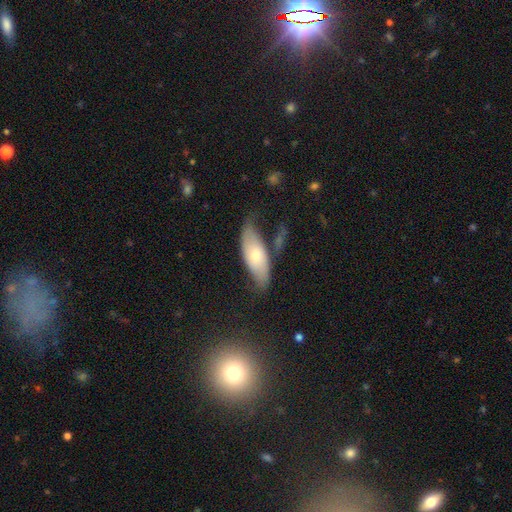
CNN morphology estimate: smooth_or_featured: smooth (p=0.59) [alt: featured or disk p=0.34]
how_rounded: in between (p=0.80) [alt: cigar-shaped p=0.17]
merging: none (p=0.48) [alt: minor disturbance p=0.30]